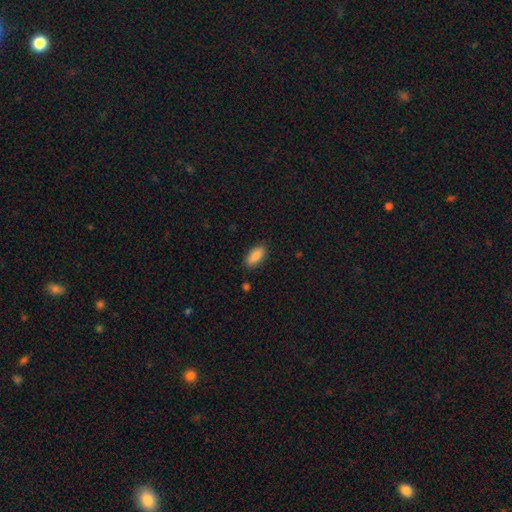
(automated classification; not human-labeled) This appears to be a smooth galaxy with no disk features (86%) that is in between round and cigar-shaped (90%). Merging: none (87%).